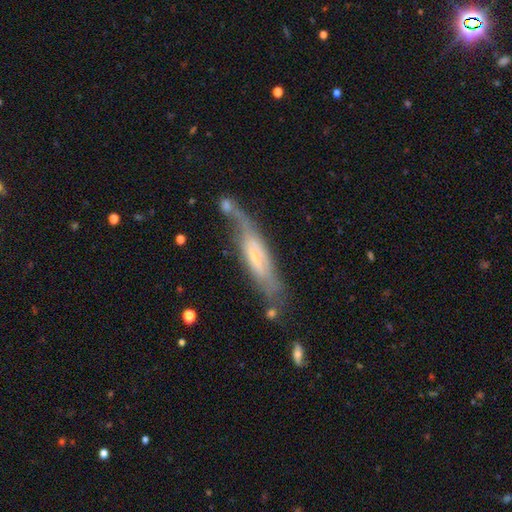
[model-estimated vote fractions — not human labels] Q: Smooth or featured?
A: featured or disk (63%); runner-up: smooth (30%)
Q: Edge-on disk?
A: yes (56%); runner-up: no (44%)
Q: Merging?
A: none (45%); runner-up: minor disturbance (24%)